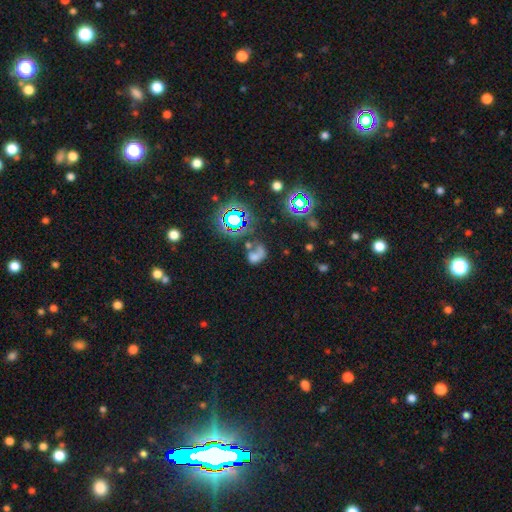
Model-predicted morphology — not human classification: Q: Smooth or featured?
A: smooth (43%); runner-up: featured or disk (28%)
Q: Merging?
A: merger (33%); runner-up: major disturbance (29%)